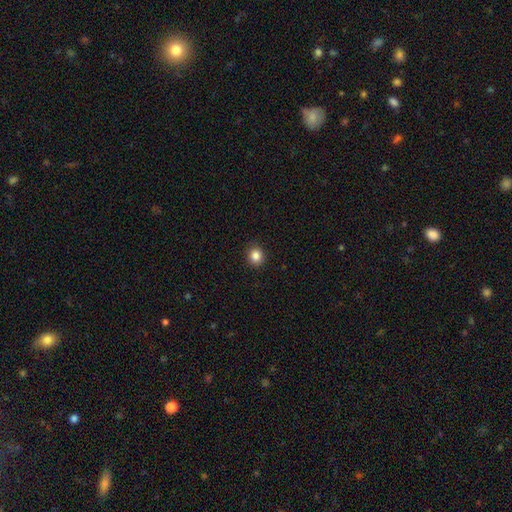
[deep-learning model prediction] smooth-or-featured: smooth: 84% | star or artifact: 11% | featured or disk: 5%
  how-rounded: round: 86% | in between: 13% | cigar-shaped: 1%
  merging: none: 91% | minor disturbance: 6% | major disturbance: 2% | merger: 1%